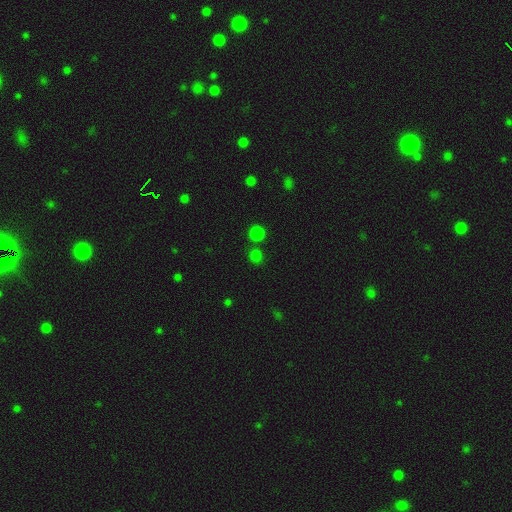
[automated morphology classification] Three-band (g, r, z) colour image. It shows a smooth galaxy with no disk features (74%) that is round (91%). Merging: none (78%).